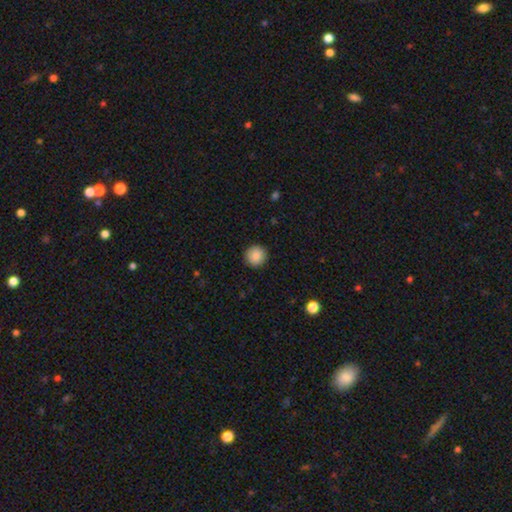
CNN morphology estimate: smooth 89%, star or artifact 8%, featured or disk 3%. Down the decision tree: how rounded — round (95%); merging — none (92%).